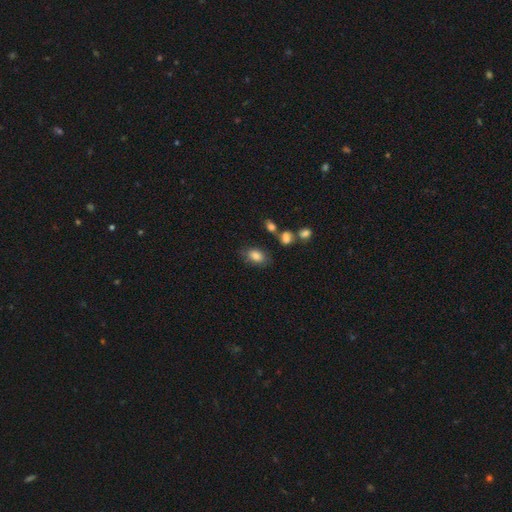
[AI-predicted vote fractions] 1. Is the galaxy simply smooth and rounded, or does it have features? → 83% smooth, 9% star or artifact, 8% featured or disk.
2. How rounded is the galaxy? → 84% in between, 15% round, 2% cigar-shaped.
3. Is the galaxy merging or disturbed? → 71% none, 18% minor disturbance, 6% major disturbance, 5% merger.